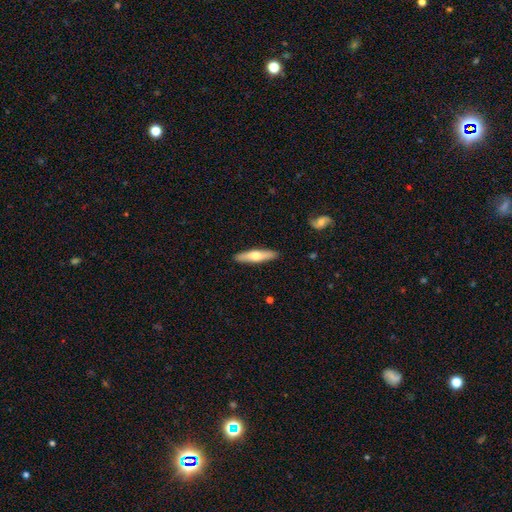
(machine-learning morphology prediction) Smooth or featured: smooth — 57% (featured or disk — 38%)
How rounded: cigar-shaped — 78% (in between — 20%)
Merging: none — 91% (minor disturbance — 7%)